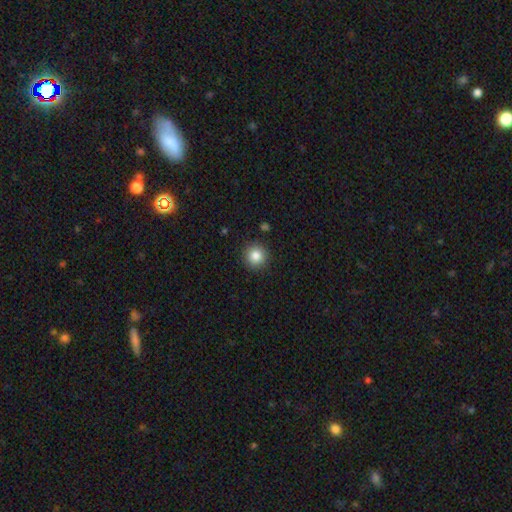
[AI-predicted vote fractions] Overall: smooth (84%). How rounded: round (94%). Merging: none (90%).